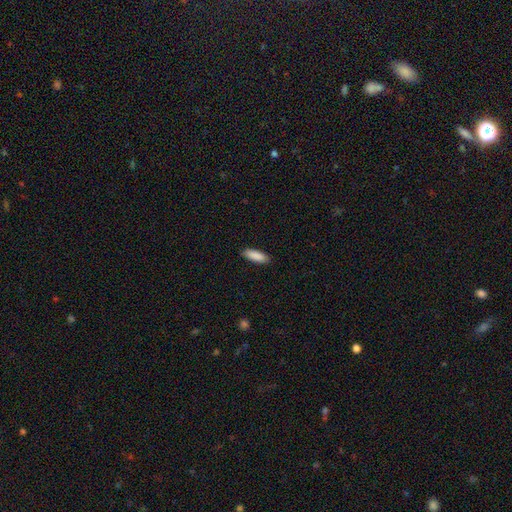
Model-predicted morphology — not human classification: Q: Smooth or featured?
A: smooth (90%); runner-up: star or artifact (6%)
Q: How rounded?
A: in between (58%); runner-up: cigar-shaped (40%)
Q: Merging?
A: none (88%); runner-up: minor disturbance (9%)